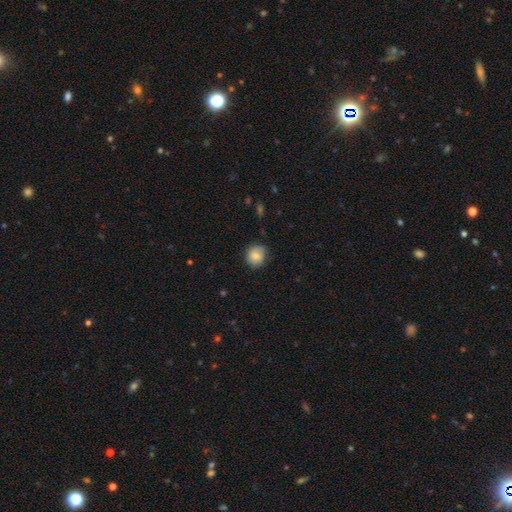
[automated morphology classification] This is clearly a smooth galaxy (80%). How rounded: clearly round (81%). Merging: likely none (77%).